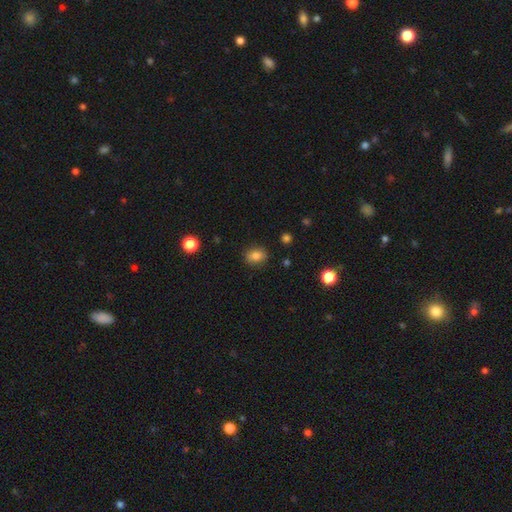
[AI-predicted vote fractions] The model was most divided on "how rounded": in between: 56%, round: 42%, cigar-shaped: 2%. More confident: merging — none (87%); smooth or featured — smooth (81%).